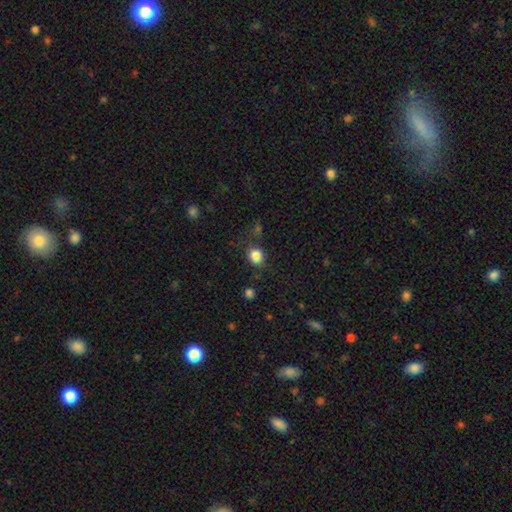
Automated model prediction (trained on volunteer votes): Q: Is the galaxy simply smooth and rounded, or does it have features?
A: smooth — 84%.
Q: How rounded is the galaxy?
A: round — 68%.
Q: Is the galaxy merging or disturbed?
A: none — 76%.